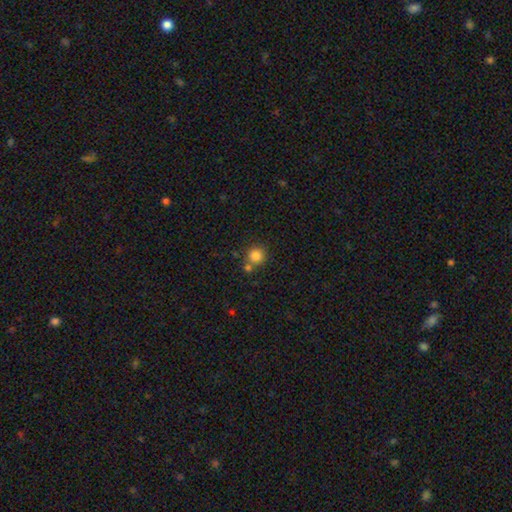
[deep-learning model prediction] This appears to be a smooth galaxy with no disk features (83%) that is round (92%). Merging: none (69%).